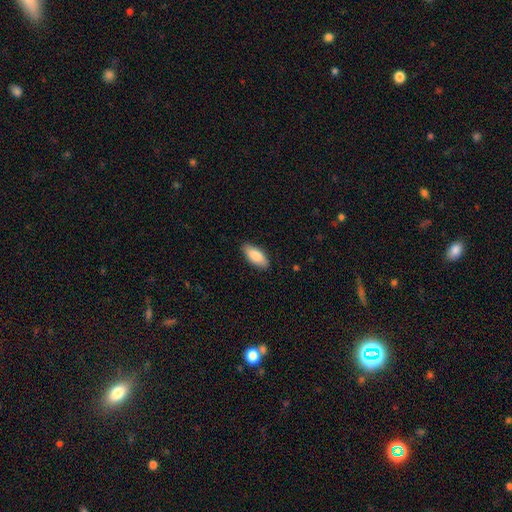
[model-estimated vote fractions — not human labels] This is clearly a smooth galaxy (85%). How rounded: clearly in between (85%). Merging: clearly none (87%).